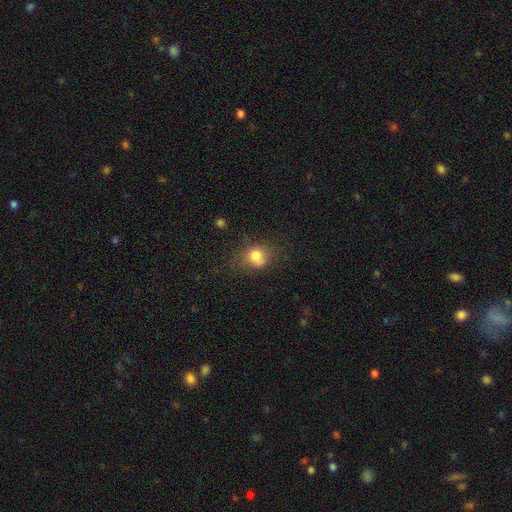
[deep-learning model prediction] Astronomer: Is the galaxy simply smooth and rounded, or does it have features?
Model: smooth — 76%.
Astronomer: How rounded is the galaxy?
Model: round — 66%.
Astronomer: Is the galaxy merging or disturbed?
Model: none — 58%.